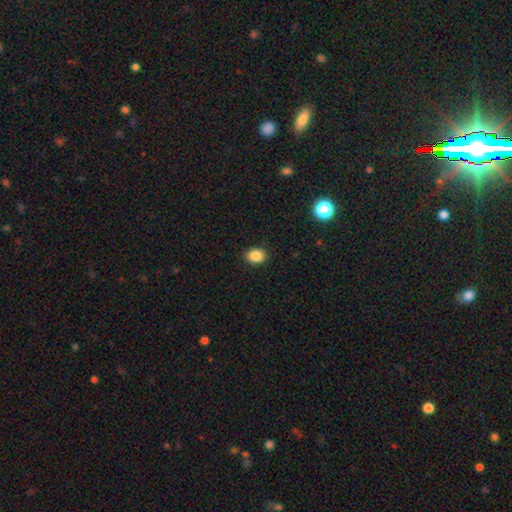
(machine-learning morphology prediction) type=smooth (86%); roundness=in between (53%); merging=none (90%).